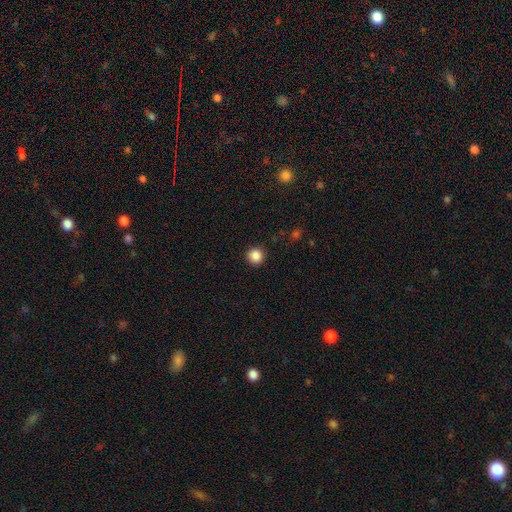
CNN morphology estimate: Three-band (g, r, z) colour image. It shows a smooth galaxy with no disk features (87%) that is round (93%). Merging: none (91%).